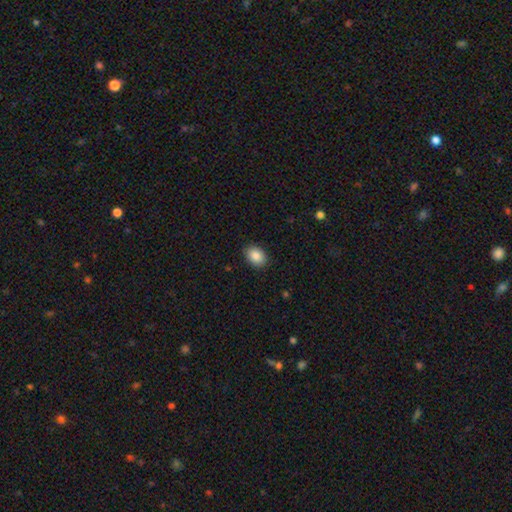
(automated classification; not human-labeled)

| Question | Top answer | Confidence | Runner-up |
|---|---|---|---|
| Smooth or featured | smooth | 88% | star or artifact (8%) |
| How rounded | in between | 73% | round (26%) |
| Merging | none | 89% | minor disturbance (8%) |